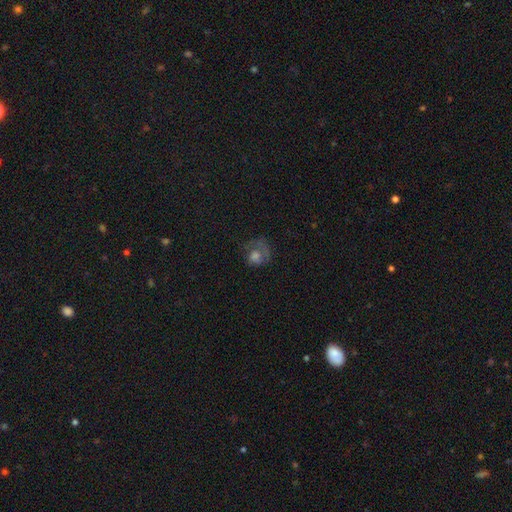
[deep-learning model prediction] A featured or disk galaxy (42%). Merging: none (41%).